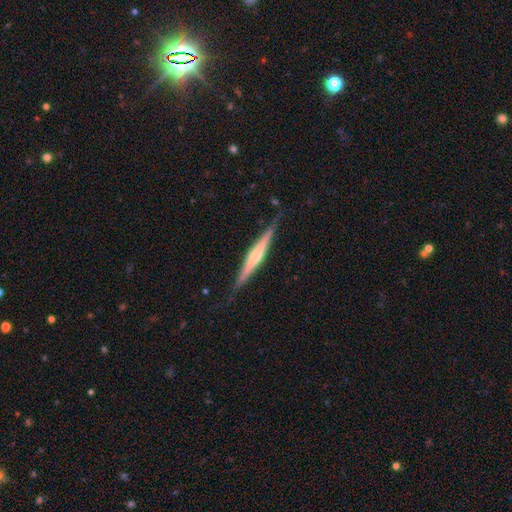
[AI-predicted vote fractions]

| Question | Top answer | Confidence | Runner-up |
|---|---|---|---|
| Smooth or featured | featured or disk | 69% | smooth (25%) |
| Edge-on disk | yes | 98% | no (2%) |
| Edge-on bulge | rounded | 53% | none (28%) |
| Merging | none | 85% | minor disturbance (11%) |